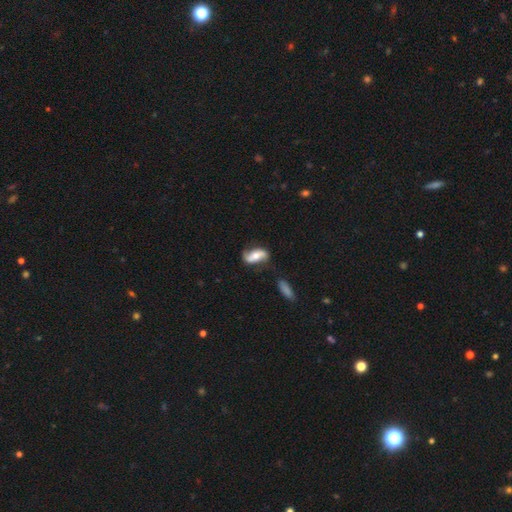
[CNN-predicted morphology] smooth-or-featured: featured or disk: 66% | smooth: 28% | star or artifact: 6%
  disk-edge-on: no: 91% | yes: 9%
    bar: no: 48% | weak: 28% | strong: 24%
    has-spiral-arms: yes: 86% | no: 14%
      spiral-winding: loose: 67% | medium: 22% | tight: 10%
      spiral-arm-count: 2: 89% | can't tell: 5% | 1: 3% | 3: 1% | 4: 1% | more than 4: 1%
    bulge-size: moderate: 64% | small: 25% | large: 7% | none: 2% | dominant: 2%
  merging: none: 66% | minor disturbance: 21% | major disturbance: 8% | merger: 6%